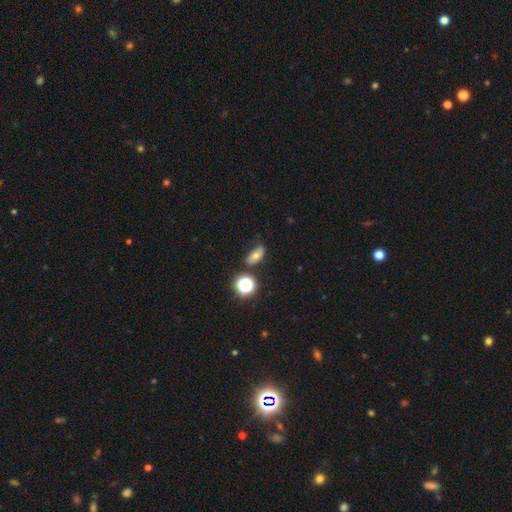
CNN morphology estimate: Q: Smooth or featured?
A: smooth (62%); runner-up: featured or disk (22%)
Q: How rounded?
A: in between (79%); runner-up: round (14%)
Q: Merging?
A: none (64%); runner-up: minor disturbance (24%)